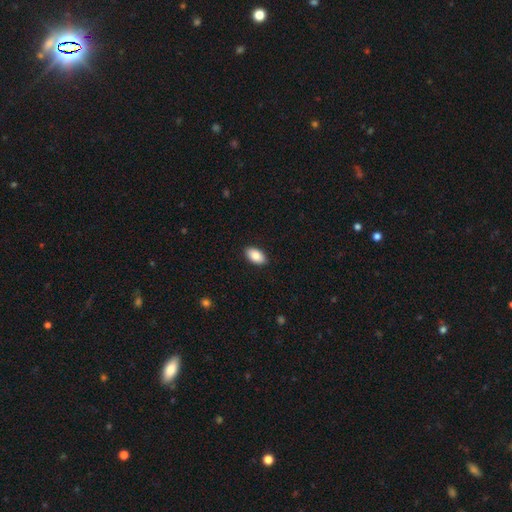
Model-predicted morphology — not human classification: This is clearly a smooth galaxy (87%). How rounded: clearly in between (94%). Merging: clearly none (89%).